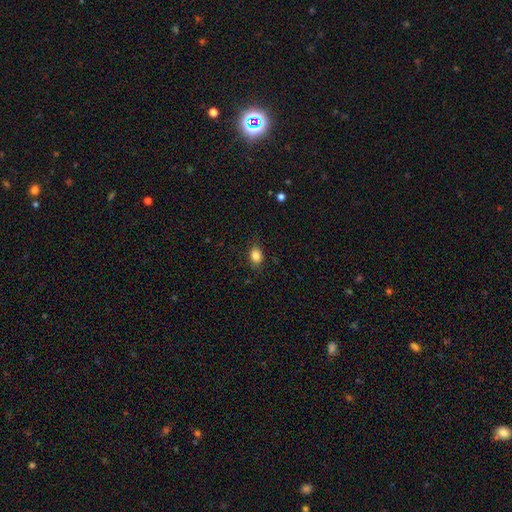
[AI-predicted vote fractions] smooth_or_featured: smooth (p=0.85) [alt: star or artifact p=0.10]
how_rounded: in between (p=0.68) [alt: round p=0.30]
merging: none (p=0.82) [alt: minor disturbance p=0.14]